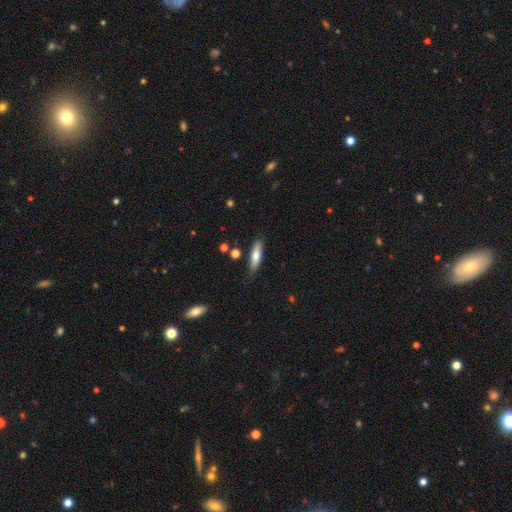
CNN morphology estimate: Smooth or featured: smooth — 69% (featured or disk — 25%)
How rounded: cigar-shaped — 69% (in between — 29%)
Merging: none — 82% (minor disturbance — 13%)